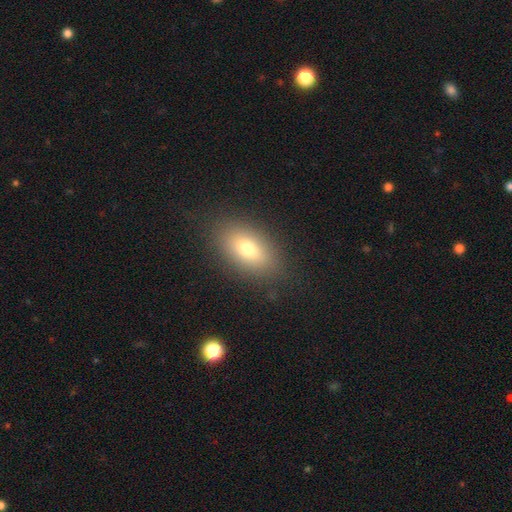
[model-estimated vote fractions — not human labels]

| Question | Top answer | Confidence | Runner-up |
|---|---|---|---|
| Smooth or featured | smooth | 72% | featured or disk (16%) |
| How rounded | in between | 85% | round (11%) |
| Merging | none | 87% | minor disturbance (8%) |